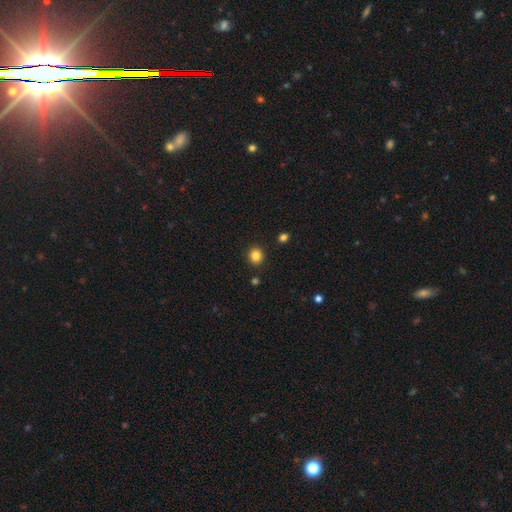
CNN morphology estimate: This appears to be a smooth galaxy with no disk features (84%) that is round (82%). Merging: none (90%).